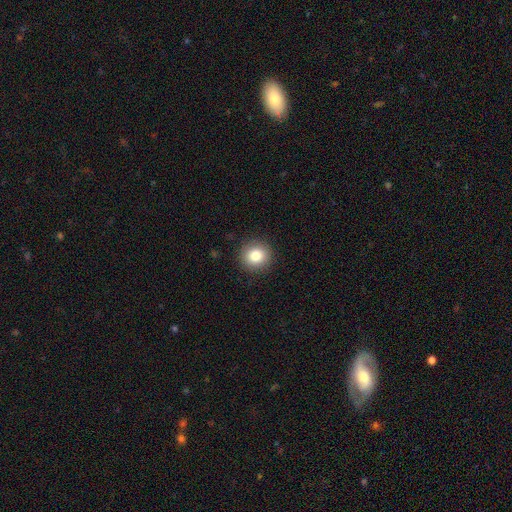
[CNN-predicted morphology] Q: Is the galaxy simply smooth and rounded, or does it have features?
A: smooth — 82%.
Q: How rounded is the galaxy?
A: round — 91%.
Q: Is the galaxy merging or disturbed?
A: none — 91%.